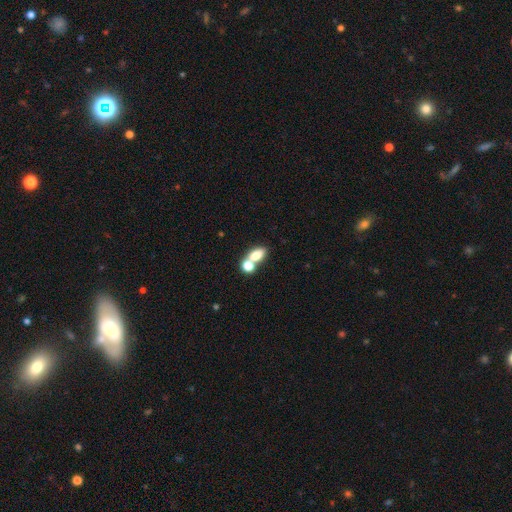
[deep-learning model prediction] Morphology: type=smooth (75%); roundness=in between (79%); merging=merger (51%).